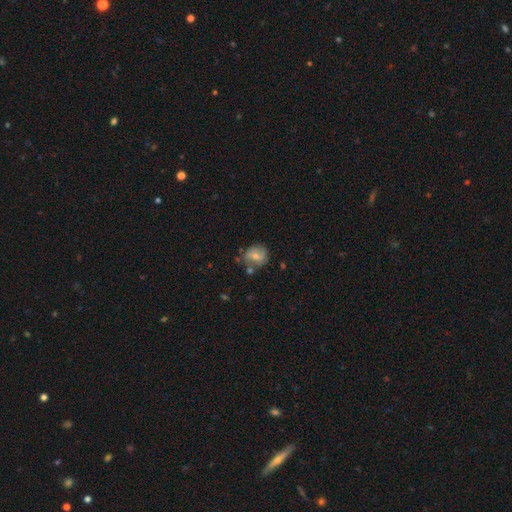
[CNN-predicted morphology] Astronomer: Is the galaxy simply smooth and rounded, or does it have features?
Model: smooth — 46% (runner-up: featured or disk, 45%).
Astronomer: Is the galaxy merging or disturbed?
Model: none — 60%.